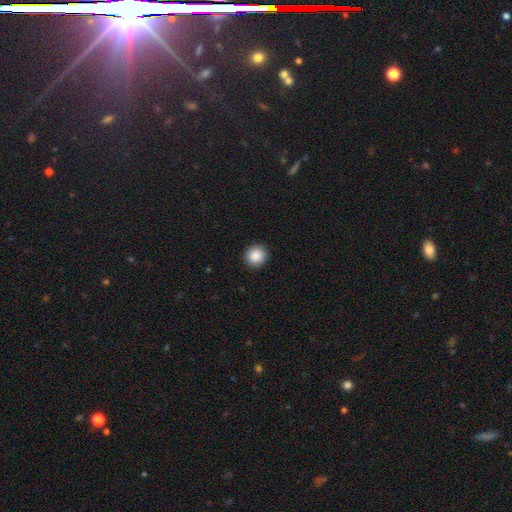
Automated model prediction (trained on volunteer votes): smooth_or_featured: smooth (p=0.89) [alt: star or artifact p=0.08]
how_rounded: round (p=0.90) [alt: in between p=0.09]
merging: none (p=0.91) [alt: minor disturbance p=0.06]